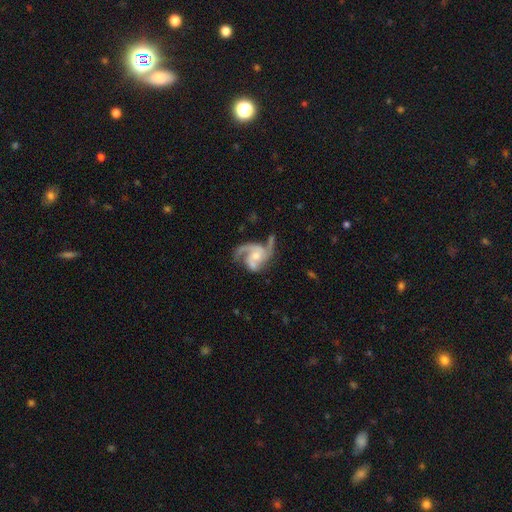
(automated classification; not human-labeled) Q: Smooth or featured?
A: featured or disk (88%); runner-up: smooth (7%)
Q: Edge-on disk?
A: no (98%); runner-up: yes (2%)
Q: Bar?
A: no (67%); runner-up: weak (26%)
Q: Spiral arms?
A: yes (97%); runner-up: no (3%)
Q: Spiral winding?
A: medium (52%); runner-up: loose (24%)
Q: Spiral arm count?
A: 3 (51%); runner-up: 2 (30%)
Q: Bulge size?
A: small (48%); runner-up: moderate (44%)
Q: Merging?
A: none (51%); runner-up: minor disturbance (22%)